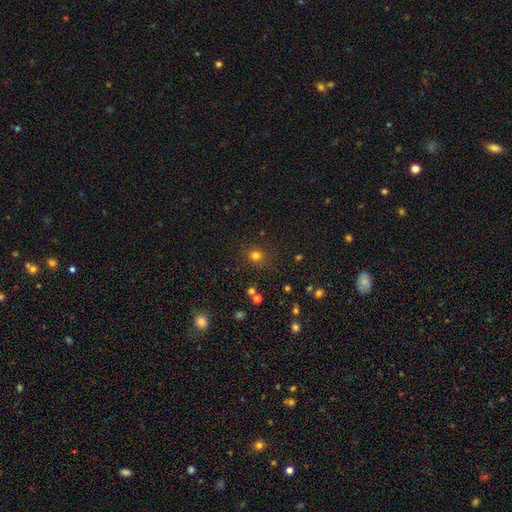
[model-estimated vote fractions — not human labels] Smooth or featured?
  - smooth: 76% *
  - star or artifact: 19%
  - featured or disk: 6%
How rounded?
  - round: 81% *
  - in between: 18%
  - cigar-shaped: 1%
Merging?
  - none: 83% *
  - minor disturbance: 10%
  - major disturbance: 4%
  - merger: 3%